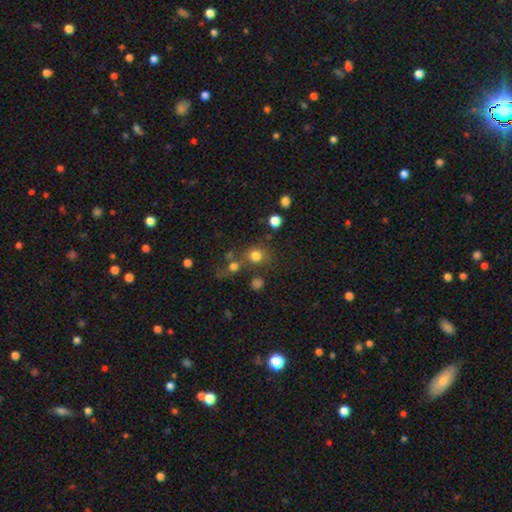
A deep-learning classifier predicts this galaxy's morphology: Overall: smooth (76%). How rounded: round (85%). Merging: none (66%).